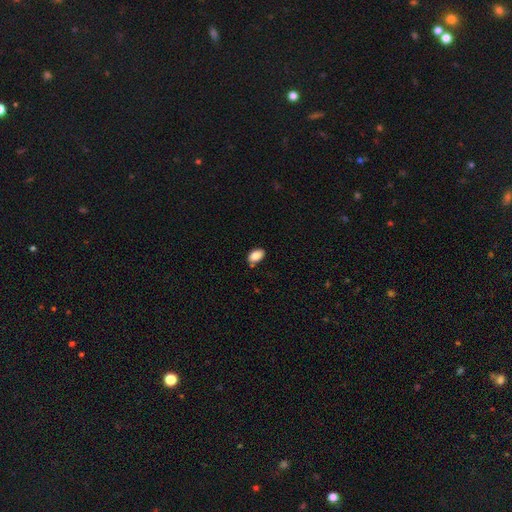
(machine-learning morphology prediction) Smooth or featured: smooth — 88% (star or artifact — 8%)
How rounded: in between — 91% (round — 8%)
Merging: none — 76% (minor disturbance — 16%)